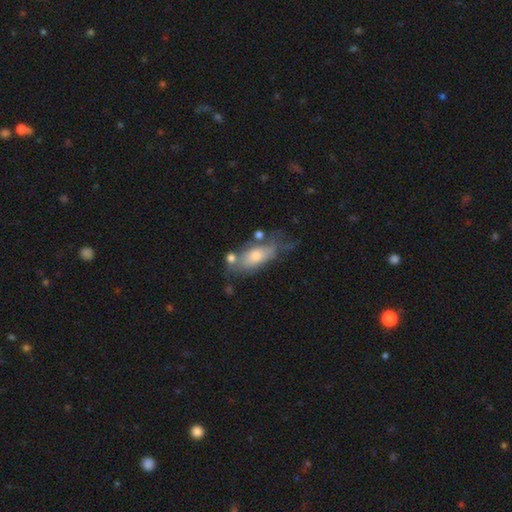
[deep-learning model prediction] smooth-or-featured: smooth: 58% | featured or disk: 34% | star or artifact: 8%
  how-rounded: in between: 75% | cigar-shaped: 21% | round: 4%
  merging: none: 43% | minor disturbance: 27% | major disturbance: 17% | merger: 13%